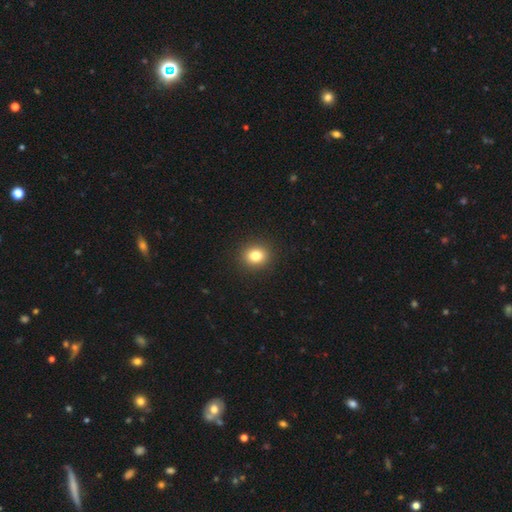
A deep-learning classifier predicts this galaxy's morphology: A smooth galaxy with no disk features (82%) that is round (76%).

Vote fractions:
- Smooth or featured? smooth: 82% / star or artifact: 12% / featured or disk: 7%
- How rounded? round: 76% / in between: 24% / cigar-shaped: 1%
- Merging? none: 92% / minor disturbance: 5% / major disturbance: 2% / merger: 1%